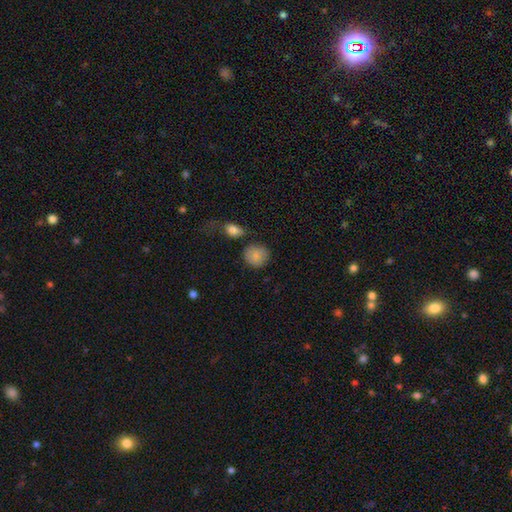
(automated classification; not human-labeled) Smooth or featured? smooth (85%)
How rounded? round (85%)
Merging? none (72%)